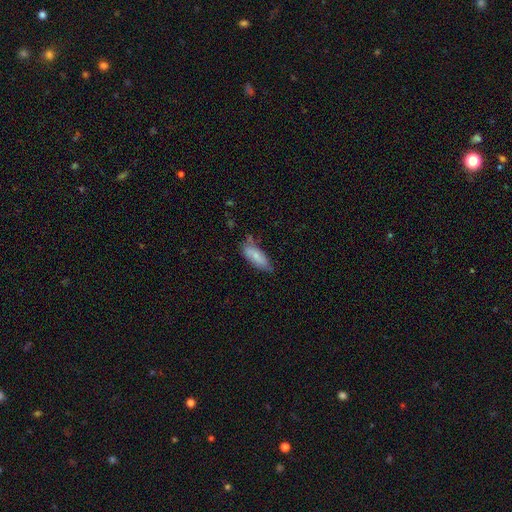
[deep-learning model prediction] Q: Smooth or featured?
A: smooth (72%); runner-up: featured or disk (21%)
Q: How rounded?
A: in between (76%); runner-up: cigar-shaped (22%)
Q: Merging?
A: none (55%); runner-up: minor disturbance (34%)